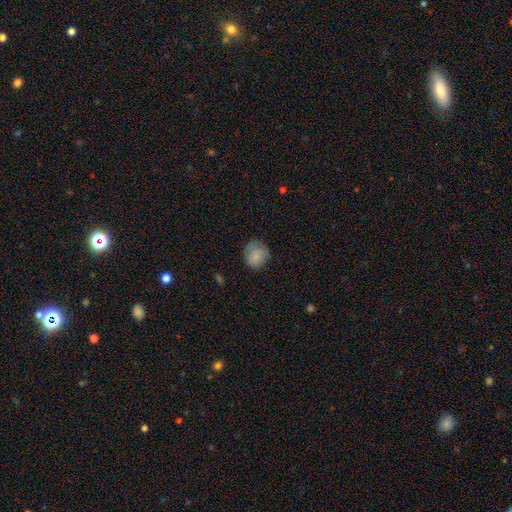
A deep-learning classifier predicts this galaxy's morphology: Smooth or featured?
  - smooth: 81% *
  - featured or disk: 11%
  - star or artifact: 8%
How rounded?
  - round: 81% *
  - in between: 18%
  - cigar-shaped: 1%
Merging?
  - none: 70% *
  - minor disturbance: 24%
  - major disturbance: 6%
  - merger: 1%